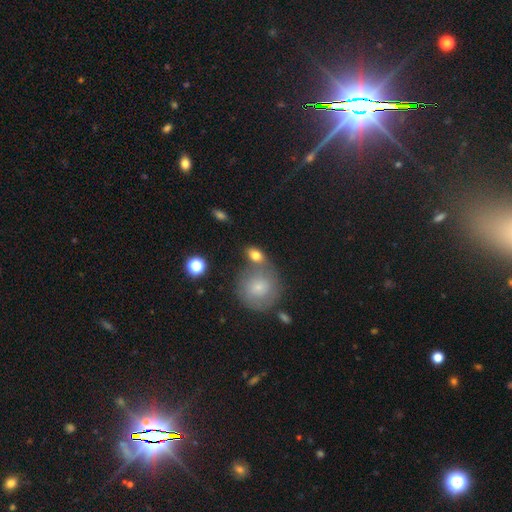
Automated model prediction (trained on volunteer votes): Q: Smooth or featured?
A: smooth (73%); runner-up: featured or disk (17%)
Q: How rounded?
A: in between (60%); runner-up: round (36%)
Q: Merging?
A: none (54%); runner-up: merger (24%)